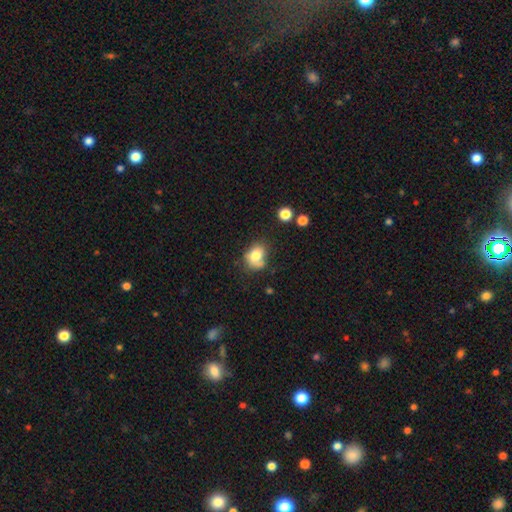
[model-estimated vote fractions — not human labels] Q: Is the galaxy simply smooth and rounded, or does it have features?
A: smooth — 77%.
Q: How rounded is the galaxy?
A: in between — 54%.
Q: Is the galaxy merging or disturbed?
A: none — 49%.